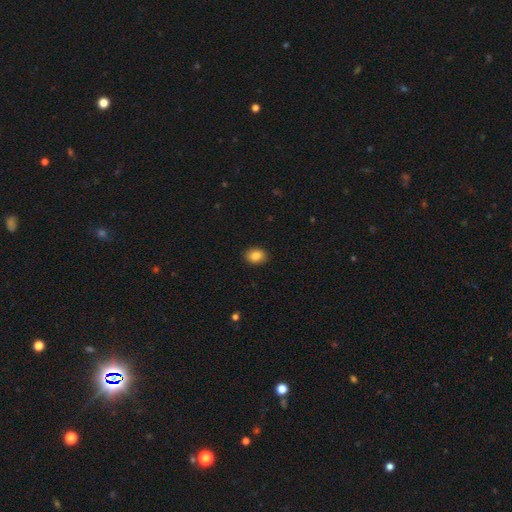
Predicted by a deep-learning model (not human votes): A smooth galaxy with no disk features (86%) that is in between round and cigar-shaped (59%). Merging: none (90%).